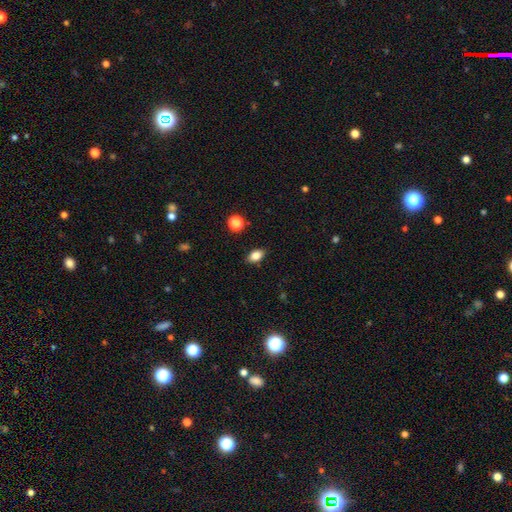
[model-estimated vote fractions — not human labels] Morphology: type=smooth (83%); roundness=in between (84%); merging=none (87%).